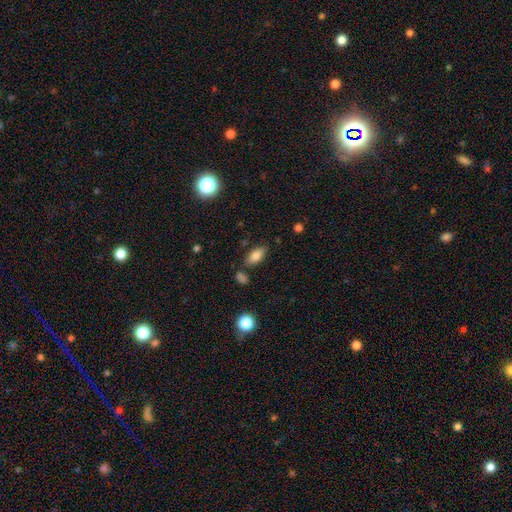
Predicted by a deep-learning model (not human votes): Smooth or featured: smooth — 80% (featured or disk — 11%)
How rounded: in between — 88% (cigar-shaped — 8%)
Merging: none — 77% (minor disturbance — 14%)